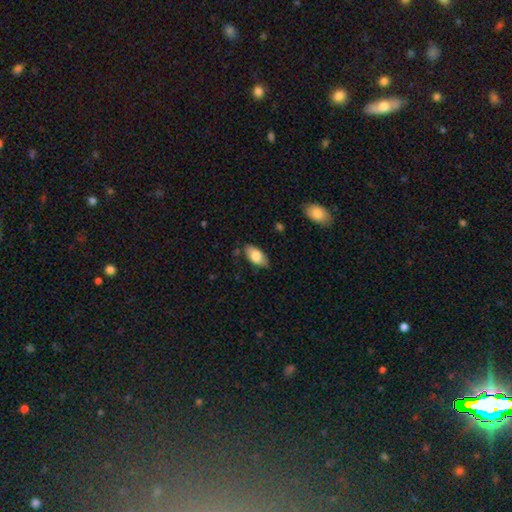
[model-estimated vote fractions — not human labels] The model was most divided on "merging": none: 78%, minor disturbance: 17%, major disturbance: 3%, merger: 2%. More confident: how rounded — in between (93%); smooth or featured — smooth (79%).